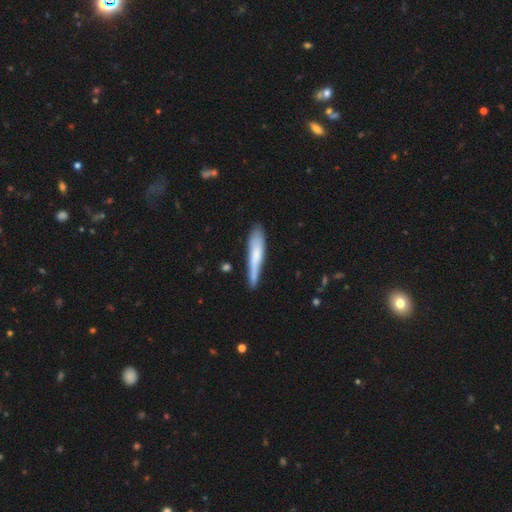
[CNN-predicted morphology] This appears to be a smooth galaxy with no disk features (67%) that is cigar-shaped (89%). Merging: none (64%).